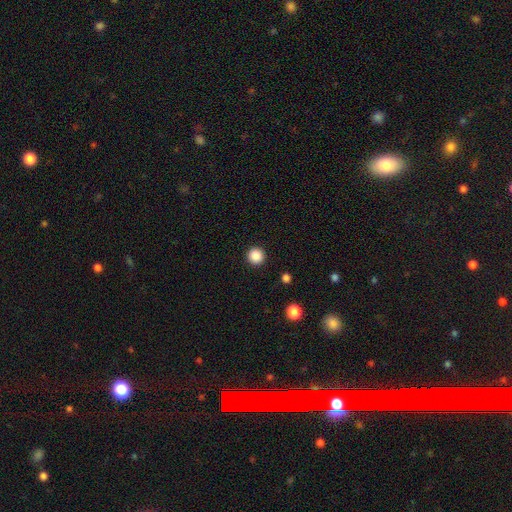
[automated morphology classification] smooth-or-featured: smooth: 87% | star or artifact: 10% | featured or disk: 3%
  how-rounded: round: 96% | in between: 3% | cigar-shaped: 1%
  merging: none: 93% | minor disturbance: 4% | major disturbance: 2% | merger: 1%